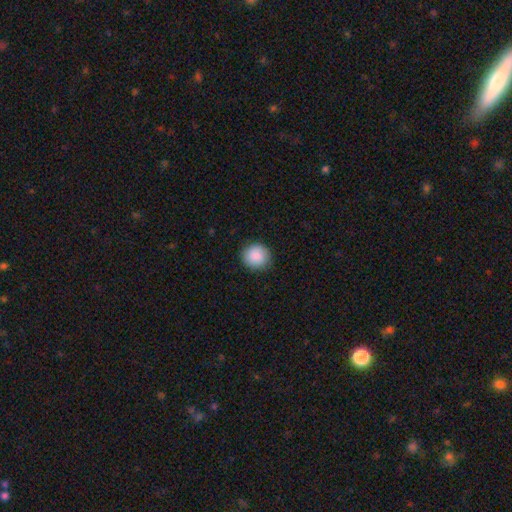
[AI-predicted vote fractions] smooth 89%, star or artifact 7%, featured or disk 4%. Down the decision tree: how rounded — round (90%); merging — none (89%).